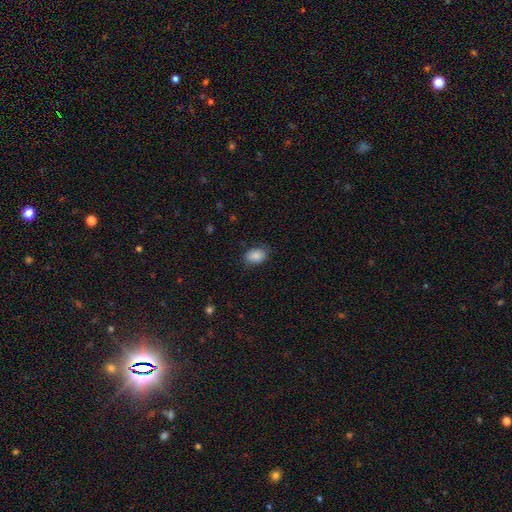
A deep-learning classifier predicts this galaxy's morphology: A smooth galaxy with no disk features (88%) that is in between round and cigar-shaped (80%).

Vote fractions:
- Smooth or featured? smooth: 88% / star or artifact: 8% / featured or disk: 5%
- How rounded? in between: 80% / round: 19% / cigar-shaped: 1%
- Merging? none: 80% / minor disturbance: 15% / major disturbance: 4% / merger: 1%